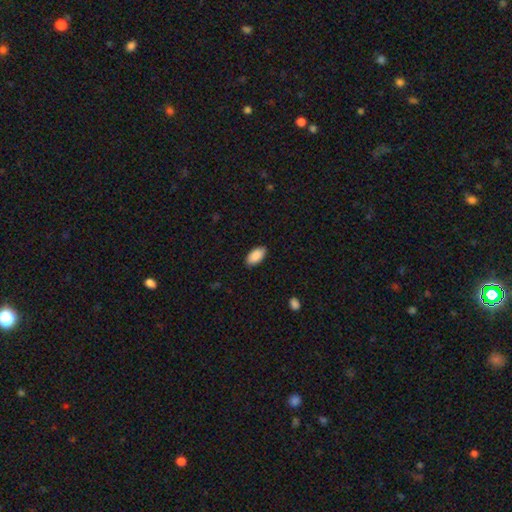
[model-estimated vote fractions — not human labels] Q: Smooth or featured?
A: smooth (91%); runner-up: star or artifact (6%)
Q: How rounded?
A: in between (95%); runner-up: cigar-shaped (3%)
Q: Merging?
A: none (88%); runner-up: minor disturbance (9%)